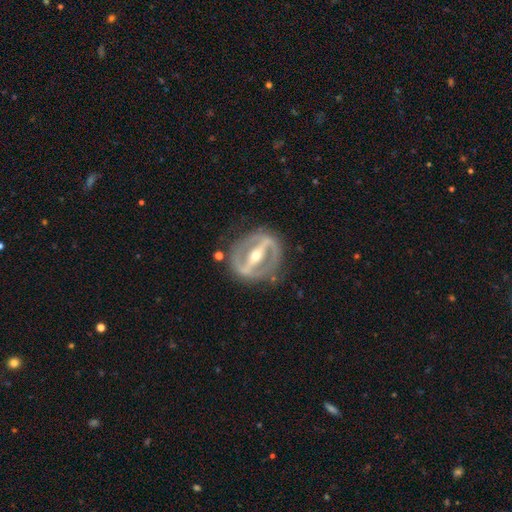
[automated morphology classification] smooth_or_featured: featured or disk (p=0.87) [alt: smooth p=0.09]
disk_edge_on: no (p=0.87) [alt: yes p=0.13]
bar: strong (p=0.84) [alt: weak p=0.10]
has_spiral_arms: yes (p=0.53) [alt: no p=0.47]
bulge_size: moderate (p=0.64) [alt: small p=0.30]
merging: none (p=0.81) [alt: minor disturbance p=0.11]